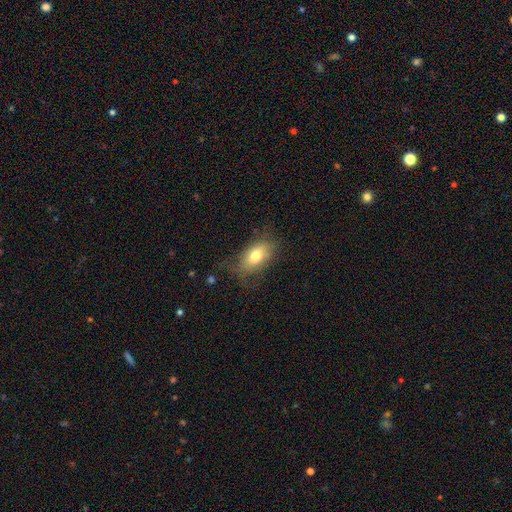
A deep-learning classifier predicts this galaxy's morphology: A smooth galaxy with no disk features (73%) that is in between round and cigar-shaped (89%). Merging: none (62%).